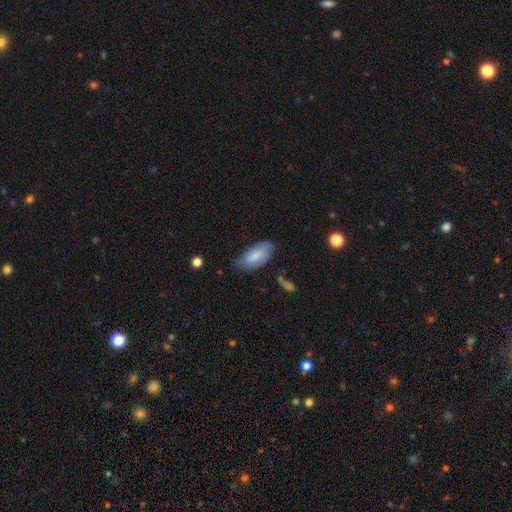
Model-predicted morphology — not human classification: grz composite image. It shows a smooth galaxy with no disk features (82%) that is in between round and cigar-shaped (92%). Merging: none (66%).